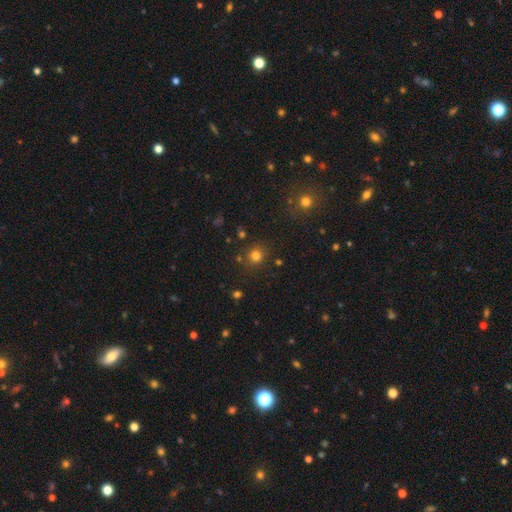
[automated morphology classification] Smooth or featured: smooth — 77% (star or artifact — 17%)
How rounded: round — 87% (in between — 12%)
Merging: none — 84% (minor disturbance — 9%)